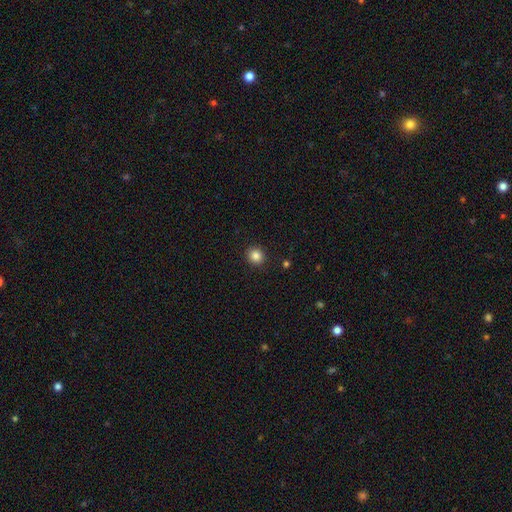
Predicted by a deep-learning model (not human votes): Morphology: type=smooth (84%); roundness=round (88%); merging=none (91%).